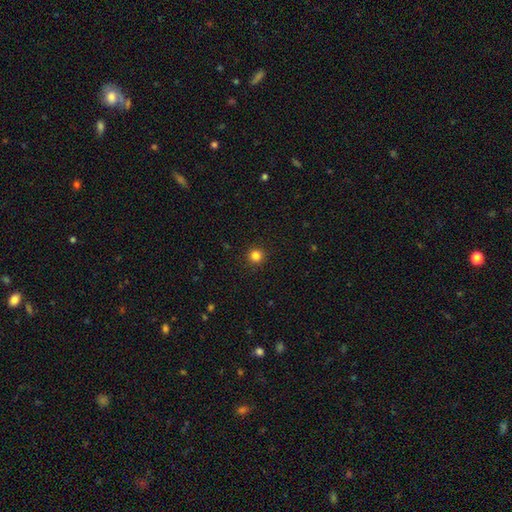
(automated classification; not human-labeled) This is clearly a smooth galaxy (83%). How rounded: clearly round (95%). Merging: clearly none (92%).